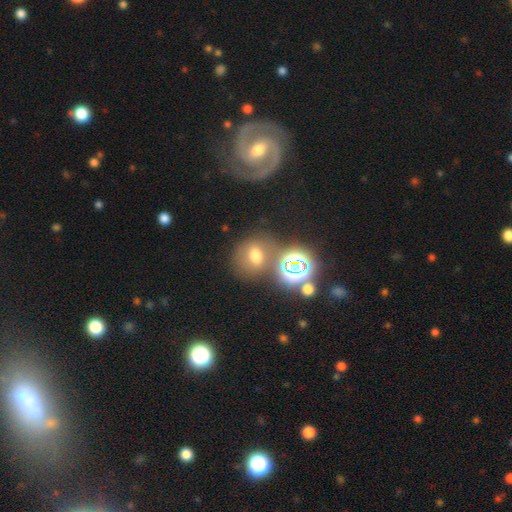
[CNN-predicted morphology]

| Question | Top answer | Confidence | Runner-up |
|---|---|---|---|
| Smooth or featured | smooth | 57% | star or artifact (28%) |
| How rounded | round | 59% | in between (39%) |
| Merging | none | 62% | merger (18%) |